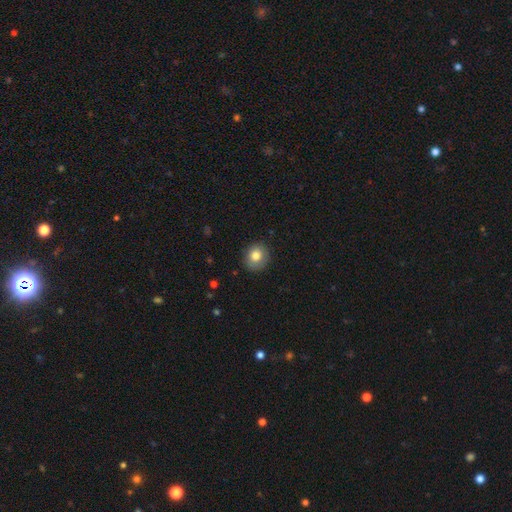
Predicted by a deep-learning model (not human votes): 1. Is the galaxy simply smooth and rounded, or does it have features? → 81% smooth, 10% star or artifact, 9% featured or disk.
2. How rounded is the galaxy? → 78% round, 21% in between, 1% cigar-shaped.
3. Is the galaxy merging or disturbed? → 86% none, 10% minor disturbance, 2% major disturbance, 1% merger.